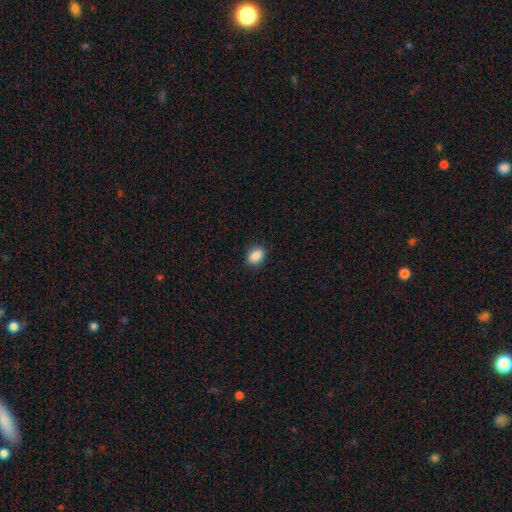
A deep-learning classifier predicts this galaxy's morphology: Smooth or featured? Predicted: smooth (p=0.88). How rounded? Predicted: in between (p=0.77). Merging? Predicted: none (p=0.88).